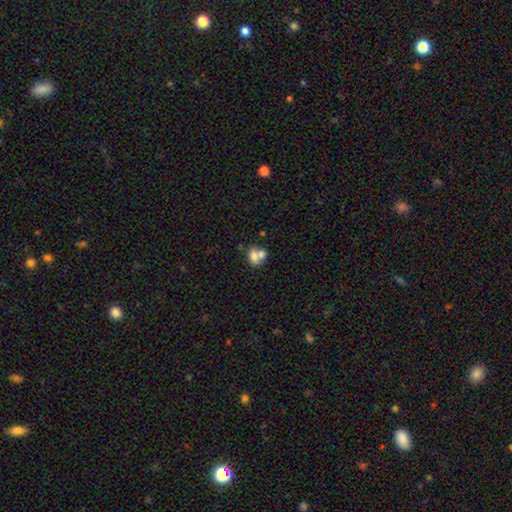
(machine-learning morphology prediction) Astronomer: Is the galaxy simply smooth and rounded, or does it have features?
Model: smooth — 72%.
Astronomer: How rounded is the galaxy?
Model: in between — 59% (runner-up: round, 39%).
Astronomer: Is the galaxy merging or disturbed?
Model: merger — 59%.